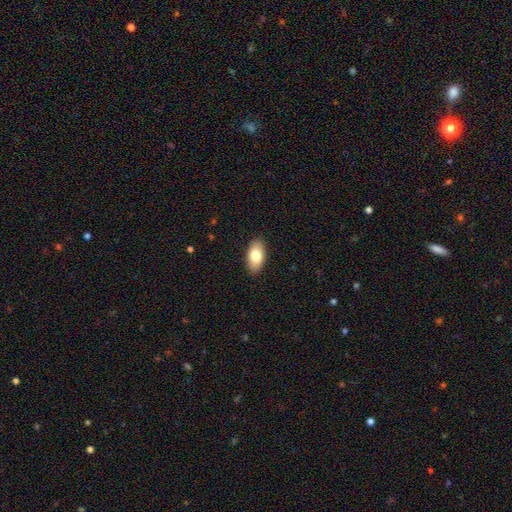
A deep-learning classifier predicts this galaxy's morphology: smooth-or-featured: smooth: 79% | featured or disk: 14% | star or artifact: 7%
  how-rounded: in between: 93% | round: 4% | cigar-shaped: 3%
  merging: none: 89% | minor disturbance: 9% | major disturbance: 2% | merger: 1%